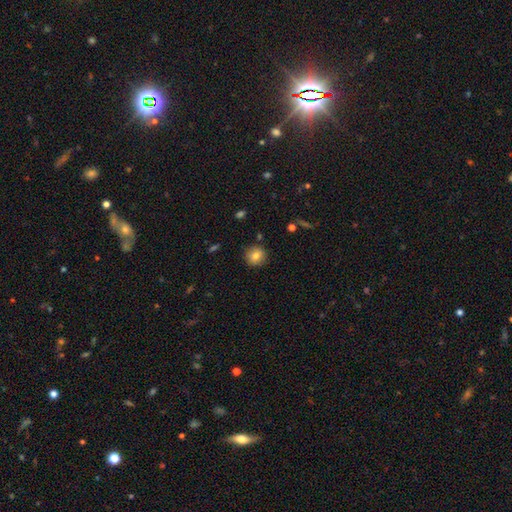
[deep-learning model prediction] Smooth or featured: smooth — 80% (featured or disk — 11%)
How rounded: round — 92% (in between — 7%)
Merging: none — 88% (minor disturbance — 9%)